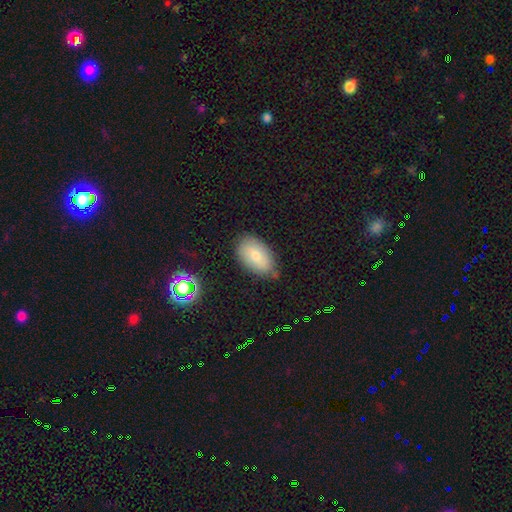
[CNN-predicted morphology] Overall: smooth (66%). How rounded: in between (91%). Merging: none (74%).